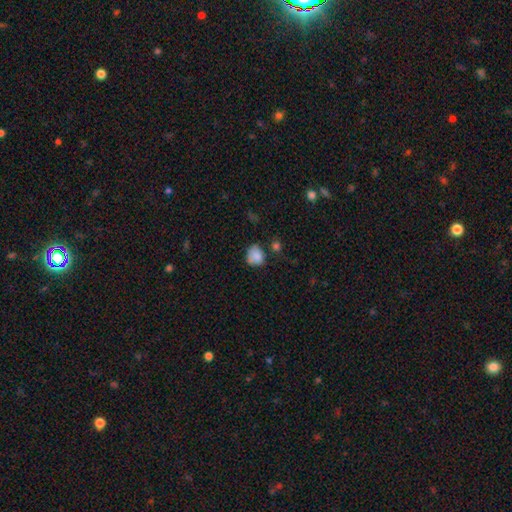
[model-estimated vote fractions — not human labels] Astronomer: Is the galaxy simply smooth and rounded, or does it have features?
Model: smooth — 82%.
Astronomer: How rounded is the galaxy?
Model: round — 63%.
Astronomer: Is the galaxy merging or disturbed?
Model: none — 53% (runner-up: minor disturbance, 29%).